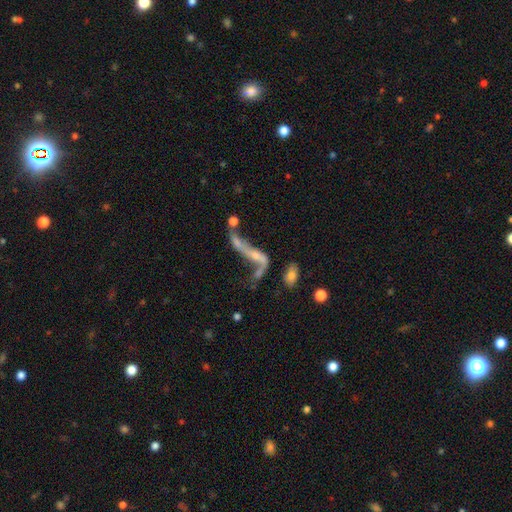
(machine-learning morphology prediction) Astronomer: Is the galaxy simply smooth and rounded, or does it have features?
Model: featured or disk — 71%.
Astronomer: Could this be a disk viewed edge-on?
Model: no — 76%.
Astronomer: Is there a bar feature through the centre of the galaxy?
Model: no — 58%.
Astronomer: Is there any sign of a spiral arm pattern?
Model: yes — 65%.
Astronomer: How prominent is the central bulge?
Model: small — 57%.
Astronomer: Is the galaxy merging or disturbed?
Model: merger — 35% (runner-up: none, 26%).